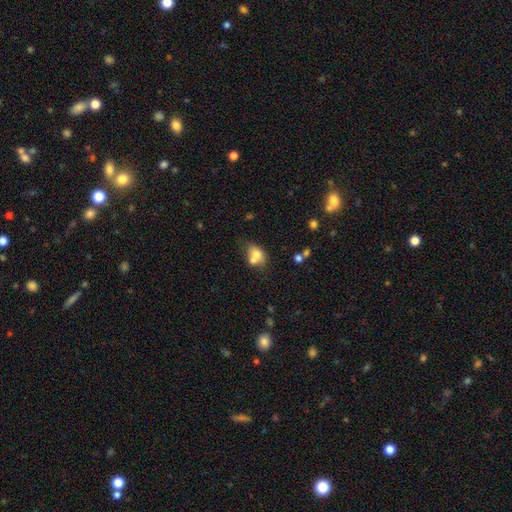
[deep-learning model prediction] Smooth or featured? Predicted: smooth (p=0.70). How rounded? Predicted: in between (p=0.65). Merging? Predicted: merger (p=0.51).